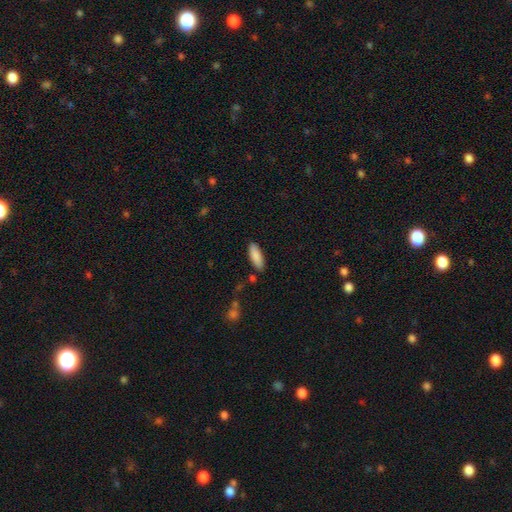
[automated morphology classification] smooth 88%, star or artifact 6%, featured or disk 6%. Down the decision tree: how rounded — in between (60%); merging — none (85%).